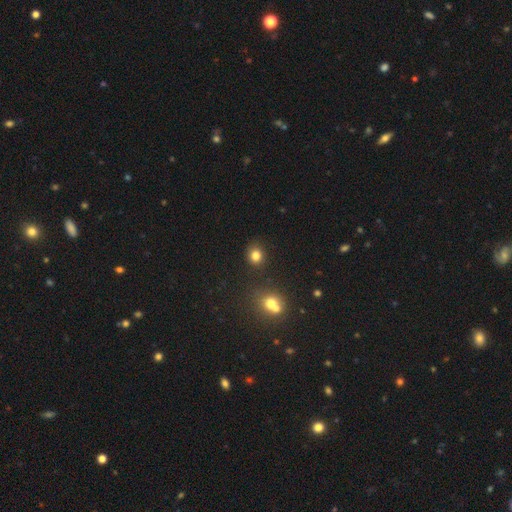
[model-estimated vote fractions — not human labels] This is clearly a smooth galaxy (81%). How rounded: likely round (77%). Merging: clearly none (84%).